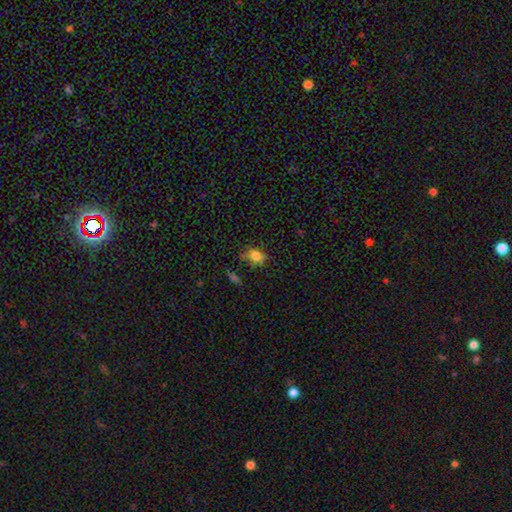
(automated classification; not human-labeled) A smooth galaxy with no disk features (83%) that is in between round and cigar-shaped (66%).

Vote fractions:
- Smooth or featured? smooth: 83% / star or artifact: 10% / featured or disk: 7%
- How rounded? in between: 66% / round: 32% / cigar-shaped: 1%
- Merging? none: 69% / minor disturbance: 21% / major disturbance: 5% / merger: 5%